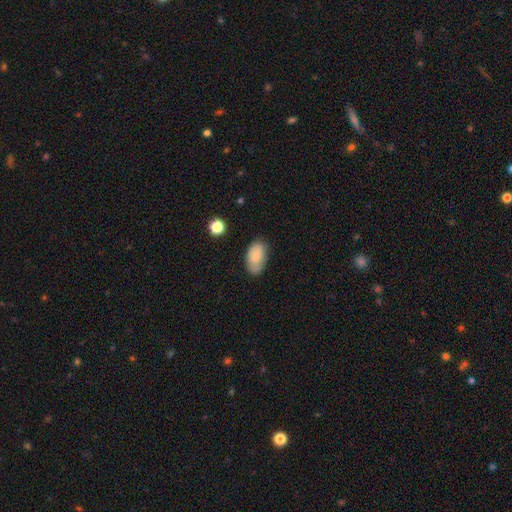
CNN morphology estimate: A smooth galaxy with no disk features (80%) that is in between round and cigar-shaped (93%). Merging: none (72%).